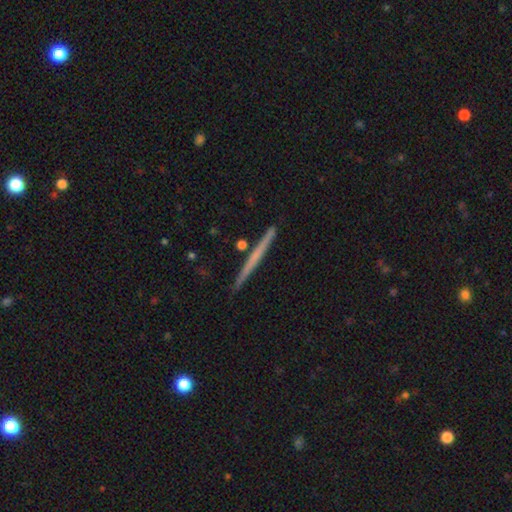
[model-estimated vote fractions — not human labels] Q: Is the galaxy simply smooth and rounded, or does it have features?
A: featured or disk — 51%.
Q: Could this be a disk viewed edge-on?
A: yes — 98%.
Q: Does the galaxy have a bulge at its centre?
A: none — 90%.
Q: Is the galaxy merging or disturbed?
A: none — 91%.